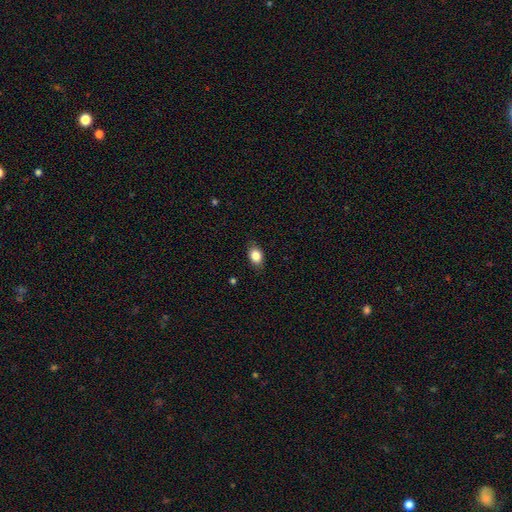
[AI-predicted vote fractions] Q: Smooth or featured?
A: smooth (85%); runner-up: star or artifact (9%)
Q: How rounded?
A: in between (76%); runner-up: round (22%)
Q: Merging?
A: none (83%); runner-up: minor disturbance (13%)